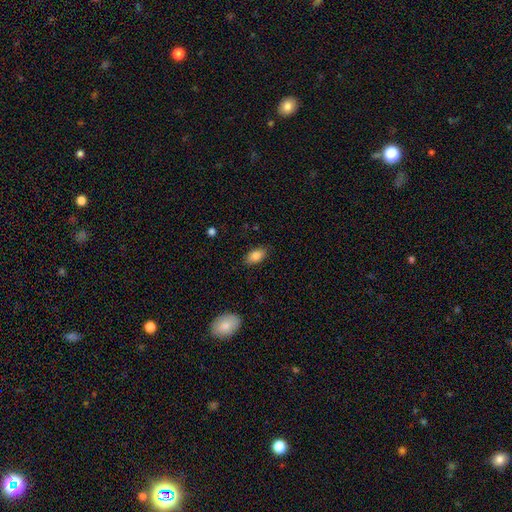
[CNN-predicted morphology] Smooth or featured: smooth — 84% (featured or disk — 8%)
How rounded: in between — 91% (round — 5%)
Merging: none — 86% (minor disturbance — 10%)